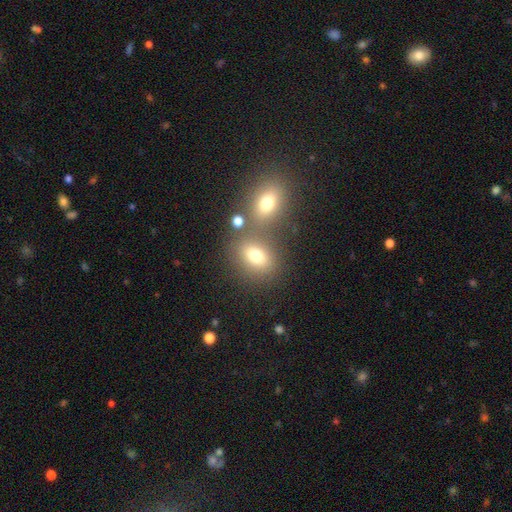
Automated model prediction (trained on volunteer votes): Smooth or featured?
  - smooth: 74% *
  - star or artifact: 14%
  - featured or disk: 12%
How rounded?
  - in between: 63% *
  - round: 35%
  - cigar-shaped: 2%
Merging?
  - none: 59% *
  - merger: 25%
  - minor disturbance: 11%
  - major disturbance: 5%